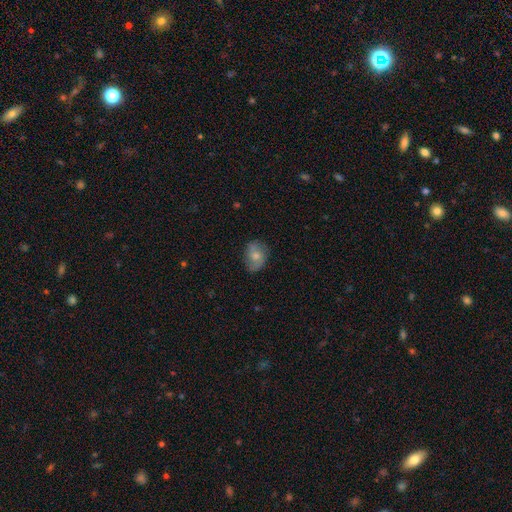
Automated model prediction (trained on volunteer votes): Smooth or featured? Predicted: smooth (p=0.59). How rounded? Predicted: in between (p=0.58). Merging? Predicted: none (p=0.69).